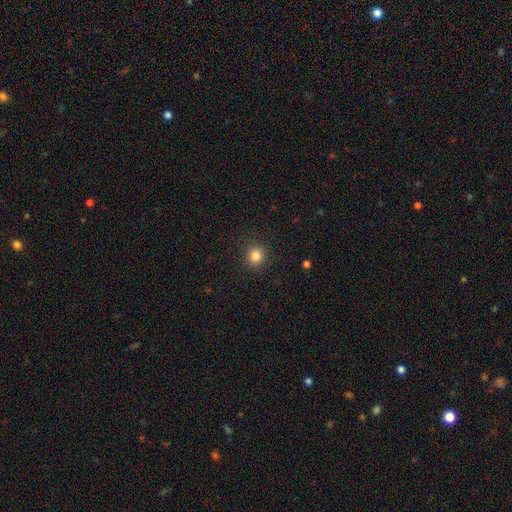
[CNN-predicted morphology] Smooth or featured? smooth (83%)
How rounded? round (89%)
Merging? none (91%)